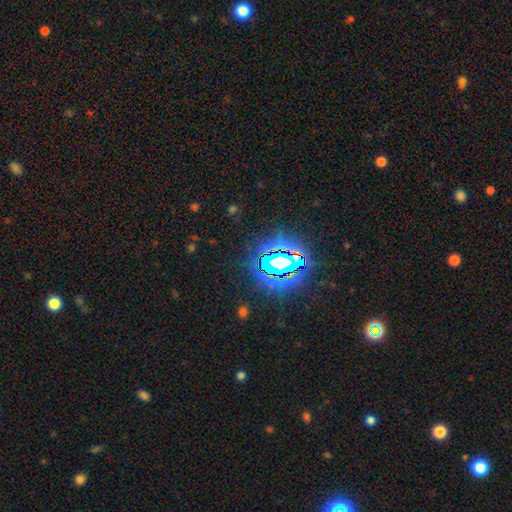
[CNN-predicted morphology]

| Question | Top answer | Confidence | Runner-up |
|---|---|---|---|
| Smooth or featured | star or artifact | 85% | smooth (9%) |